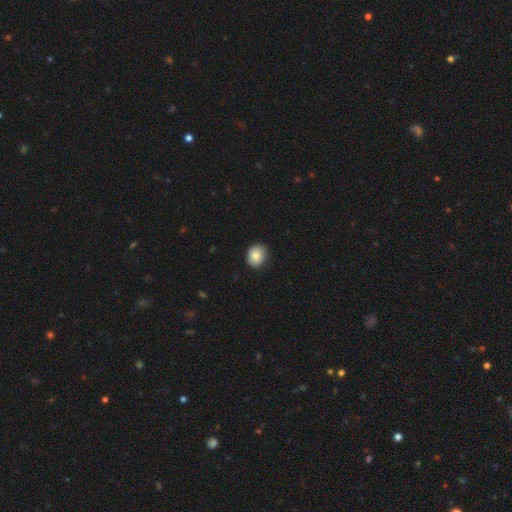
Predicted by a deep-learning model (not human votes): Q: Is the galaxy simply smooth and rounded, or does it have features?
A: smooth — 83%.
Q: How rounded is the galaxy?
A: round — 64%.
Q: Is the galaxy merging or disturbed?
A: none — 82%.